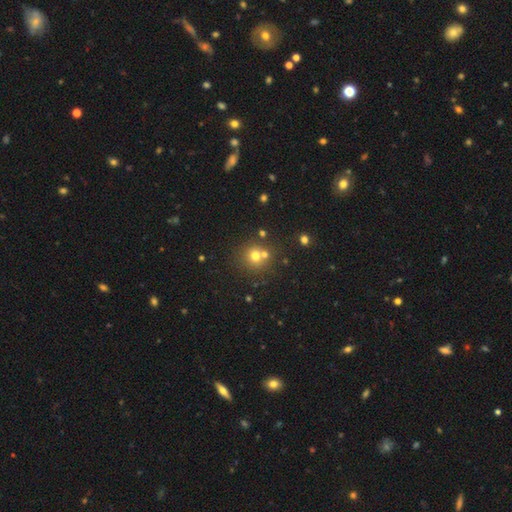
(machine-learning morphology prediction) smooth 67%, star or artifact 20%, featured or disk 13%. Down the decision tree: how rounded — round (89%); merging — none (61%).